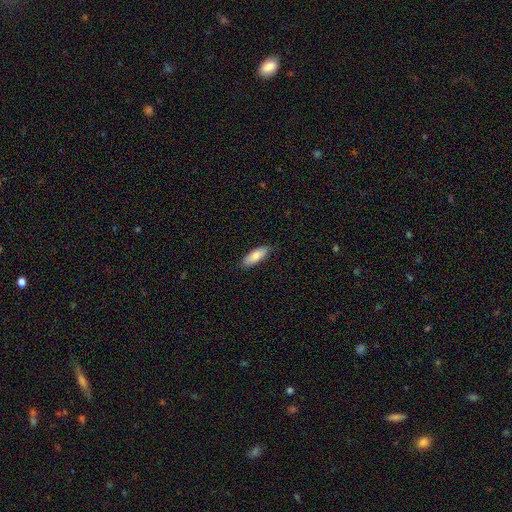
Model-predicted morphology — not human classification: Smooth or featured?
  - smooth: 80% *
  - featured or disk: 14%
  - star or artifact: 6%
How rounded?
  - in between: 65% *
  - cigar-shaped: 33%
  - round: 2%
Merging?
  - none: 87% *
  - minor disturbance: 11%
  - major disturbance: 2%
  - merger: 1%